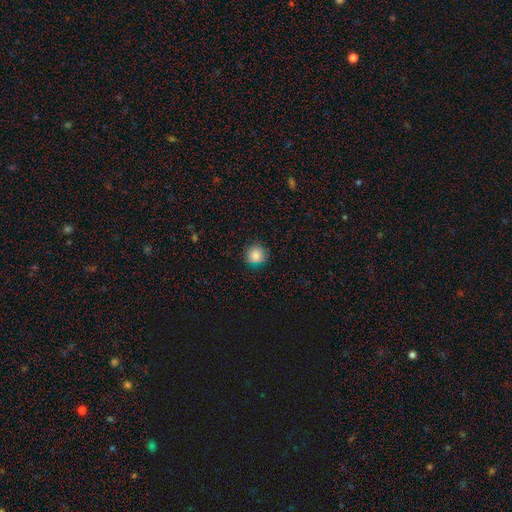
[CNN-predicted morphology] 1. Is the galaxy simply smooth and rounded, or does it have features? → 84% smooth, 10% star or artifact, 5% featured or disk.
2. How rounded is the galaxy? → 94% round, 5% in between, 1% cigar-shaped.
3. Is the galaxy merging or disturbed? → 88% none, 9% minor disturbance, 2% major disturbance, 1% merger.